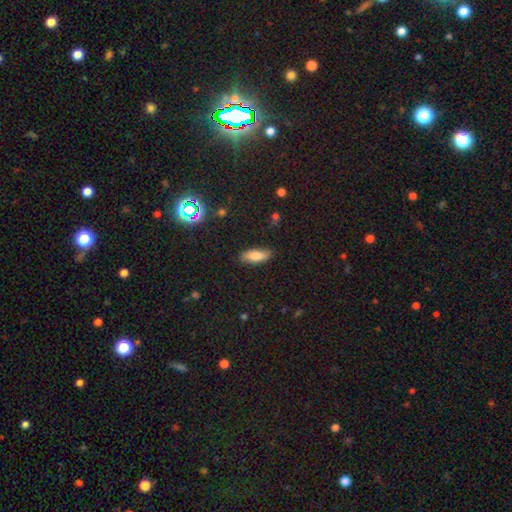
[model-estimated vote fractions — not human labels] Smooth or featured?
  - smooth: 76% *
  - featured or disk: 15%
  - star or artifact: 9%
How rounded?
  - in between: 72% *
  - cigar-shaped: 25%
  - round: 3%
Merging?
  - none: 82% *
  - minor disturbance: 13%
  - major disturbance: 3%
  - merger: 1%